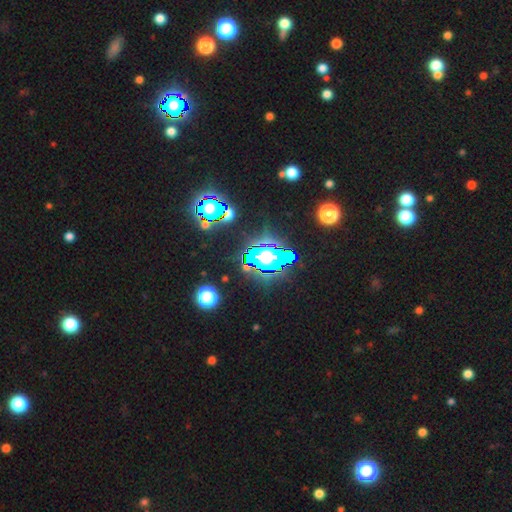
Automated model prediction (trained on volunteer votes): Overall: star or artifact (82%).